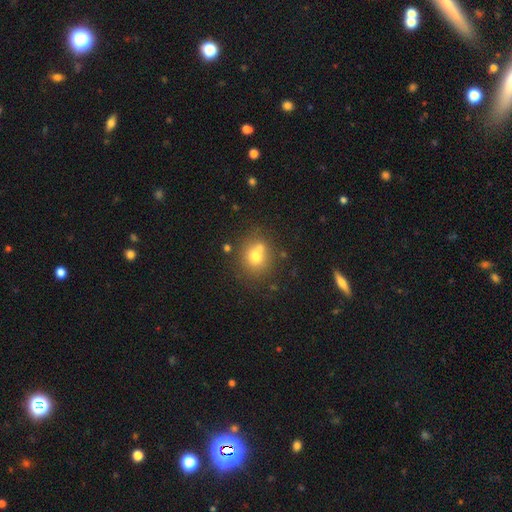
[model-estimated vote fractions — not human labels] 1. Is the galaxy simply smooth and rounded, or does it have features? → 70% smooth, 16% featured or disk, 14% star or artifact.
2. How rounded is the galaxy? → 76% round, 24% in between, 1% cigar-shaped.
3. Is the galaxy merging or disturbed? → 54% none, 27% merger, 14% minor disturbance, 5% major disturbance.